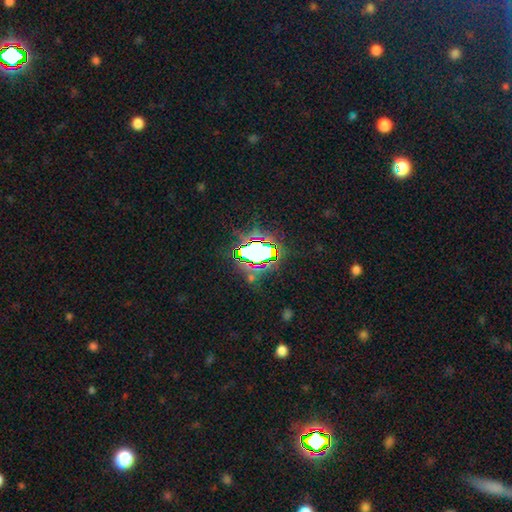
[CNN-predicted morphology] A star or artifact, not a galaxy (67%).

Vote fractions:
- Smooth or featured? star or artifact: 67% / smooth: 20% / featured or disk: 13%